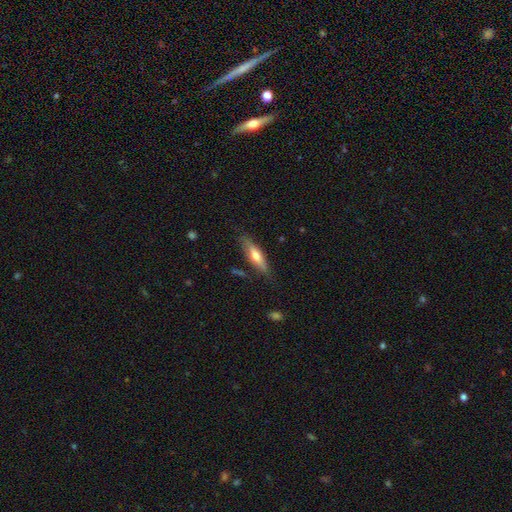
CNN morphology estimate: type=smooth (50%); merging=none (80%).